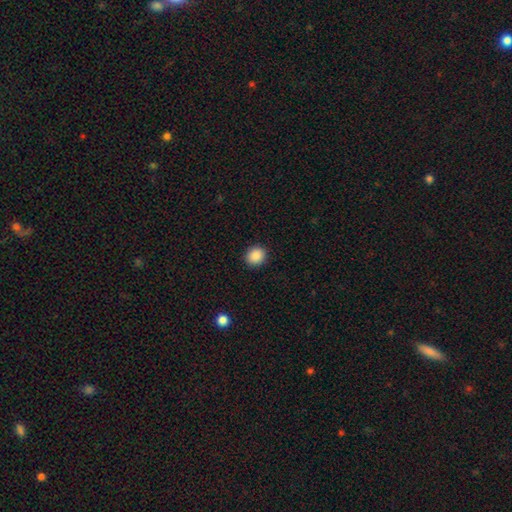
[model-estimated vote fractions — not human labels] This is clearly a smooth galaxy (89%). How rounded: likely round (77%). Merging: clearly none (91%).